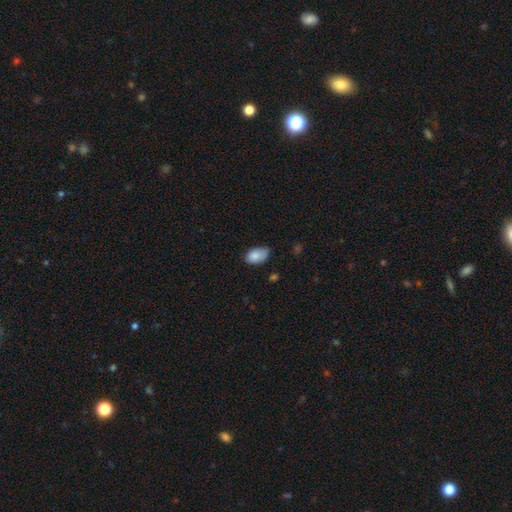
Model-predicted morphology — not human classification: Smooth or featured? Predicted: smooth (p=0.85). How rounded? Predicted: in between (p=0.91). Merging? Predicted: none (p=0.58).